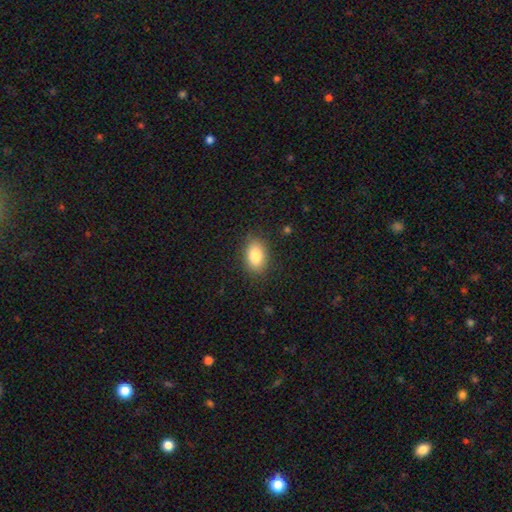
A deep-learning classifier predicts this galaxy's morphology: Smooth or featured? Predicted: smooth (p=0.83). How rounded? Predicted: in between (p=0.85). Merging? Predicted: none (p=0.85).